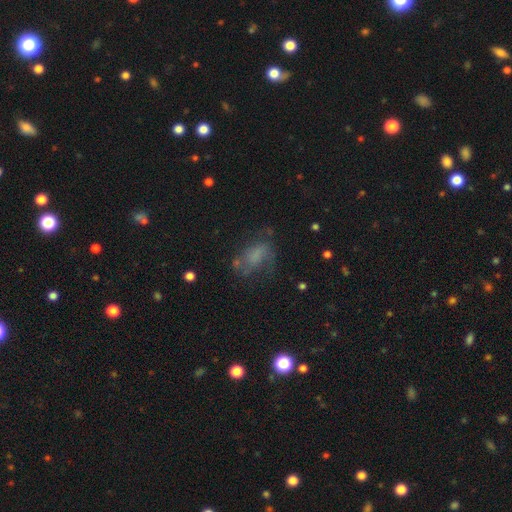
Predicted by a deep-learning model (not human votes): A smooth galaxy with no disk features (49%). Merging: none (45%).